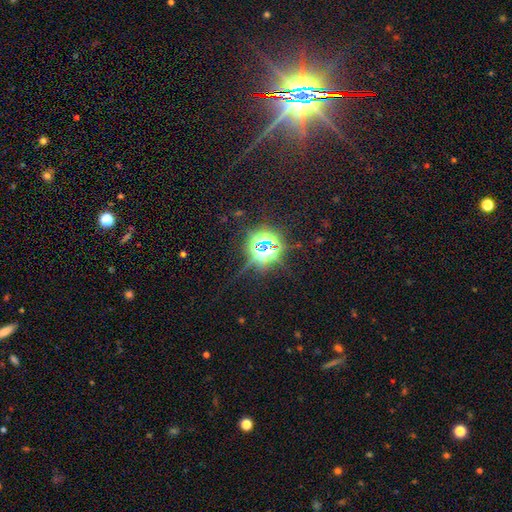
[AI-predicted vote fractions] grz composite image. It shows a star or artifact, not a galaxy (74%).